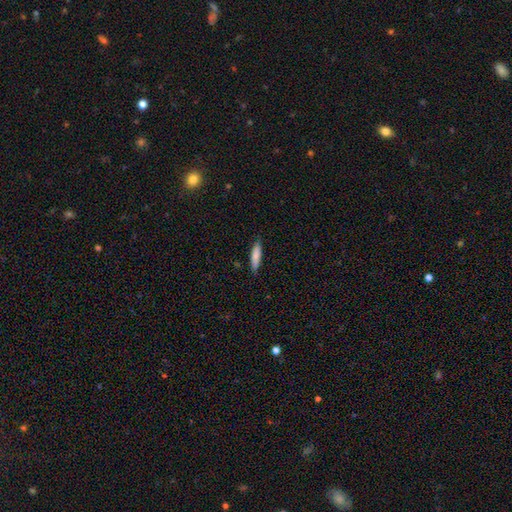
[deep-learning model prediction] Smooth or featured?
  - smooth: 82% *
  - featured or disk: 12%
  - star or artifact: 6%
How rounded?
  - cigar-shaped: 79% *
  - in between: 19%
  - round: 1%
Merging?
  - none: 86% *
  - minor disturbance: 11%
  - major disturbance: 2%
  - merger: 1%